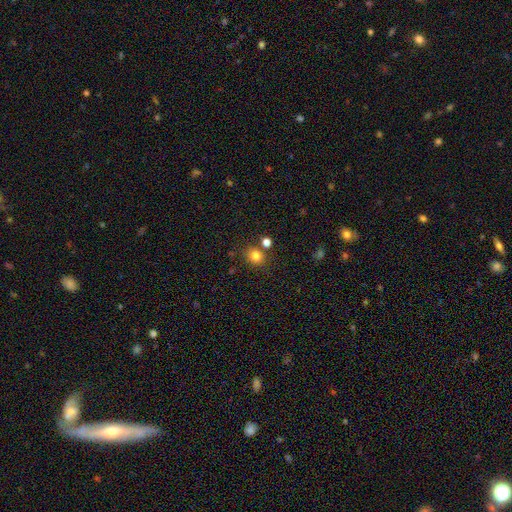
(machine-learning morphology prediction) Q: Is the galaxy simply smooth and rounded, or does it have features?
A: smooth — 81%.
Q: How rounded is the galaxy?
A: round — 77%.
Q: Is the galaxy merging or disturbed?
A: none — 78%.